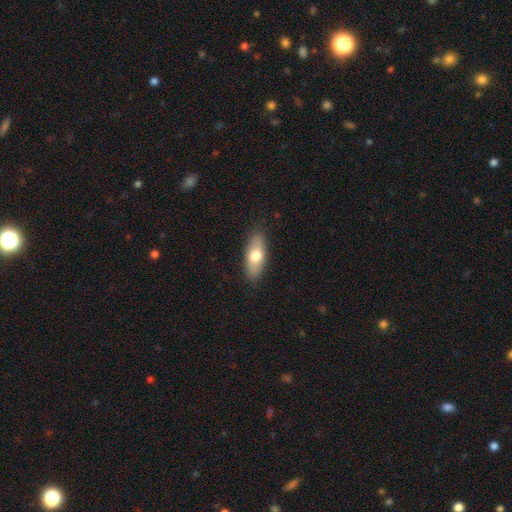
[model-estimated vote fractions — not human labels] Overall: smooth (70%). How rounded: in between (76%). Merging: none (87%).